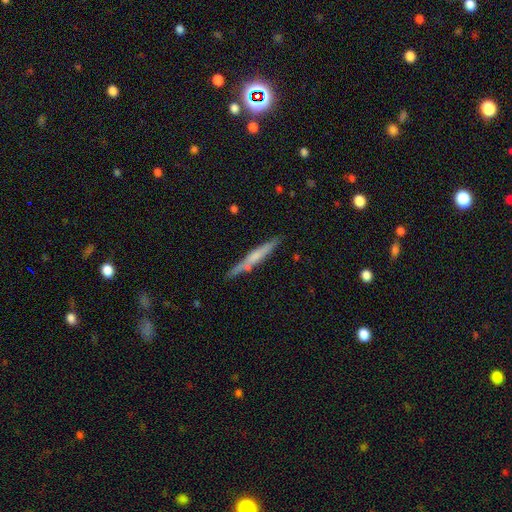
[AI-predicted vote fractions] Q: Smooth or featured?
A: featured or disk (49%); runner-up: smooth (46%)
Q: Merging?
A: none (80%); runner-up: minor disturbance (13%)